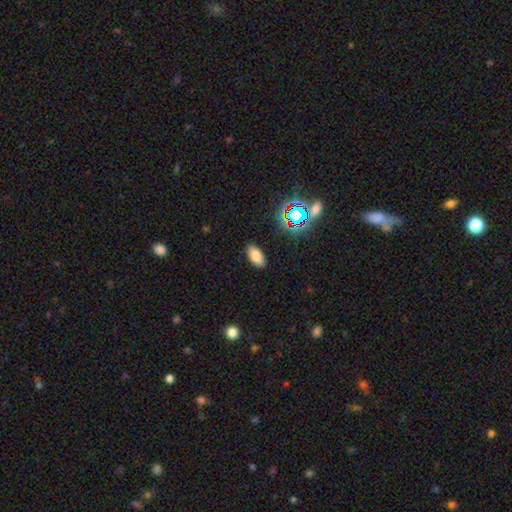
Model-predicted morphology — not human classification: Smooth or featured?
  - smooth: 77% *
  - star or artifact: 15%
  - featured or disk: 8%
How rounded?
  - in between: 92% *
  - cigar-shaped: 5%
  - round: 4%
Merging?
  - none: 88% *
  - minor disturbance: 8%
  - major disturbance: 2%
  - merger: 1%